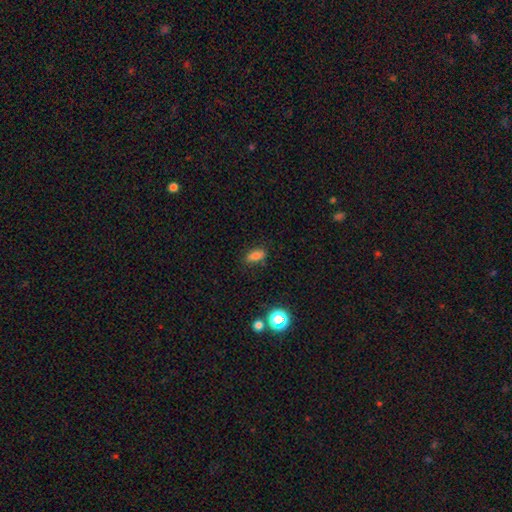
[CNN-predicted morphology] Overall: smooth (80%). How rounded: in between (84%). Merging: none (78%).